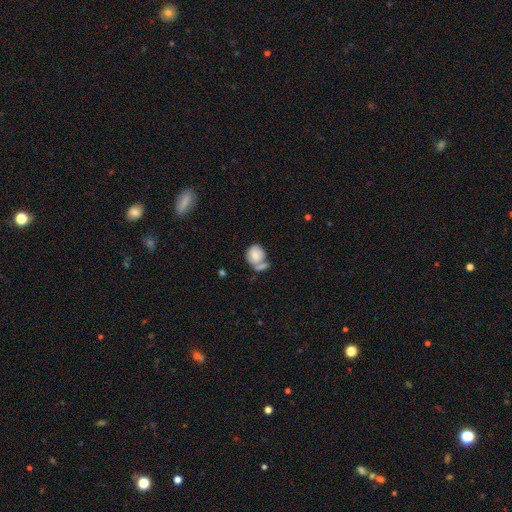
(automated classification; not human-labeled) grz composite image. It shows a smooth galaxy with no disk features (74%) that is round (64%). Merging: none (38%).